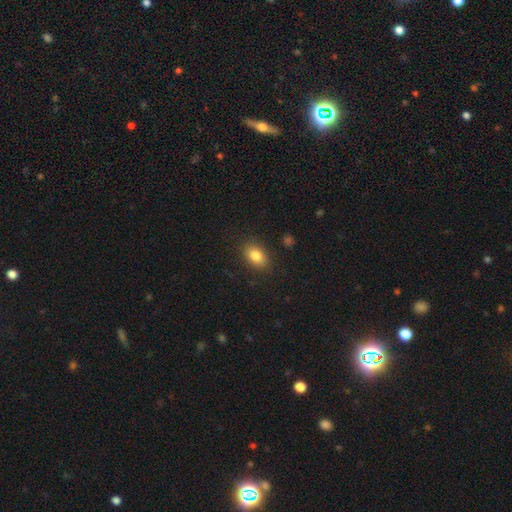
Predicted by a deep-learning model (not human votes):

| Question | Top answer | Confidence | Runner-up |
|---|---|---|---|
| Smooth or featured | smooth | 83% | star or artifact (9%) |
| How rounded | in between | 82% | round (16%) |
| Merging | none | 86% | minor disturbance (10%) |